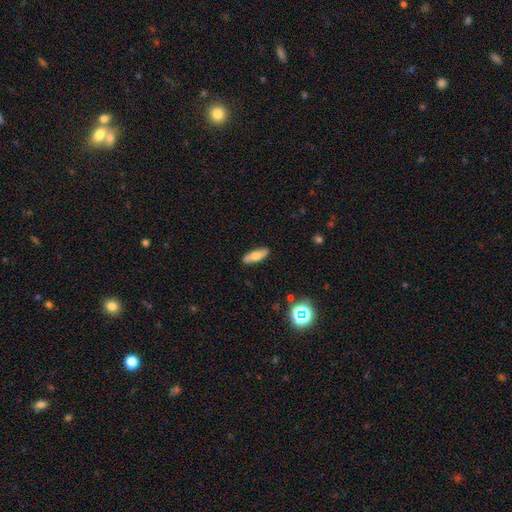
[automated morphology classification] smooth 64%, featured or disk 29%, star or artifact 7%. Down the decision tree: how rounded — in between (55%); merging — none (87%).